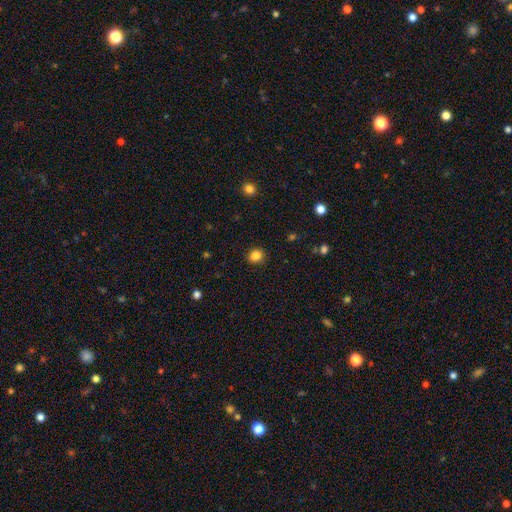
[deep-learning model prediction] smooth_or_featured: smooth (p=0.84) [alt: star or artifact p=0.12]
how_rounded: round (p=0.79) [alt: in between p=0.20]
merging: none (p=0.89) [alt: minor disturbance p=0.07]